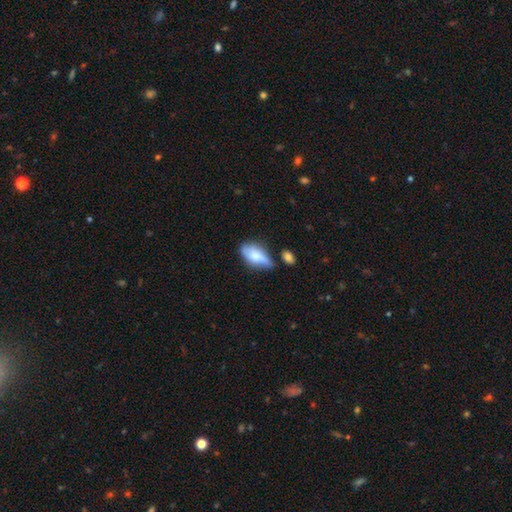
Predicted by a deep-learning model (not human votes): A smooth galaxy with no disk features (68%) that is in between round and cigar-shaped (86%). Merging: none (49%).